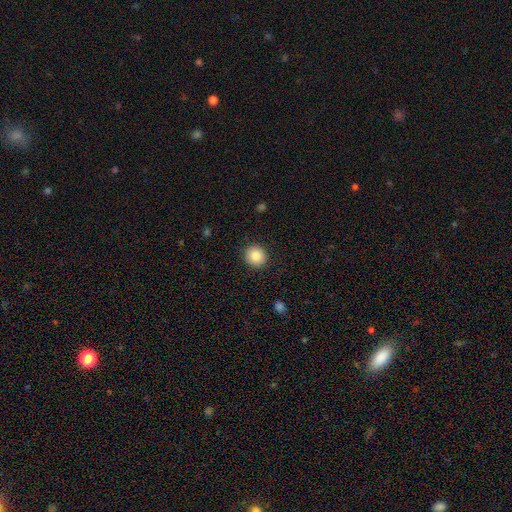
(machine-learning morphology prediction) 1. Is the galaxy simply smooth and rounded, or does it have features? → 86% smooth, 9% star or artifact, 5% featured or disk.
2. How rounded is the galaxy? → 91% round, 8% in between, 1% cigar-shaped.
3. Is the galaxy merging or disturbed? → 91% none, 6% minor disturbance, 2% major disturbance, 1% merger.